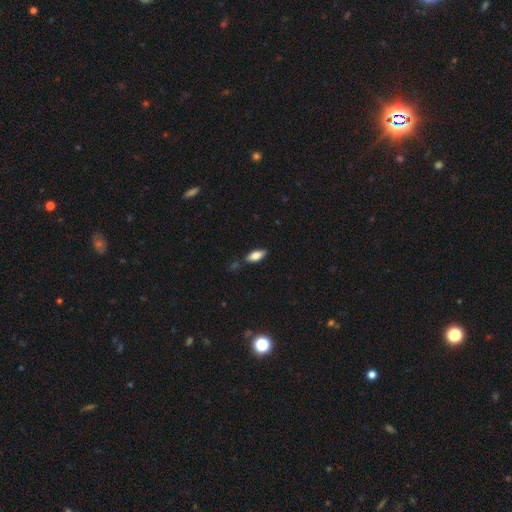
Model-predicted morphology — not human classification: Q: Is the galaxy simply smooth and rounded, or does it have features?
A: smooth — 77%.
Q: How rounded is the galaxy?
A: in between — 80%.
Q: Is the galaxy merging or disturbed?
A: none — 78%.